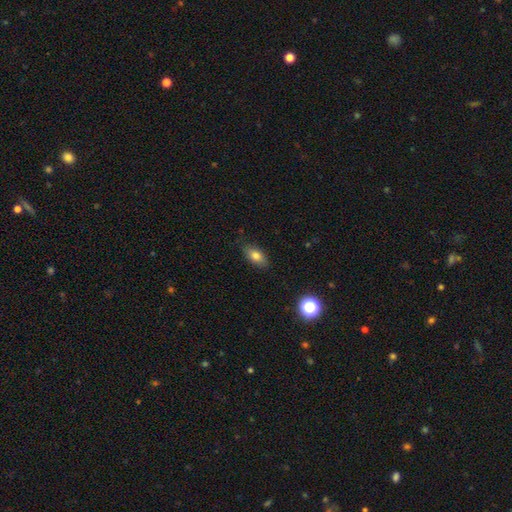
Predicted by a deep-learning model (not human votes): smooth 79%, featured or disk 12%, star or artifact 9%. Down the decision tree: how rounded — in between (88%); merging — none (83%).